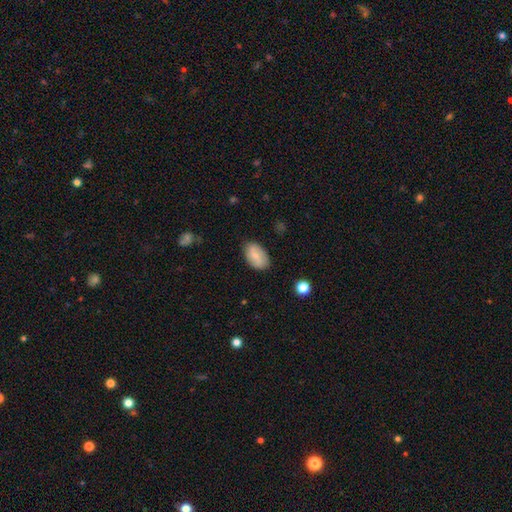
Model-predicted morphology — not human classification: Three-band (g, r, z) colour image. It shows a smooth galaxy with no disk features (59%) that is in between round and cigar-shaped (92%). Merging: none (81%).